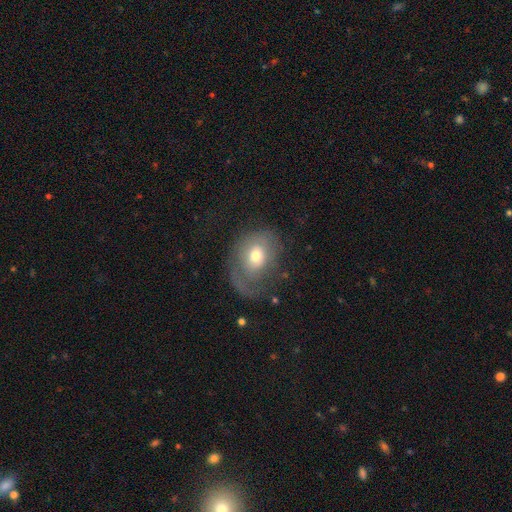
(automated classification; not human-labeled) Smooth or featured? smooth (52%)
How rounded? in between (53%)
Merging? none (37%, tied with major disturbance)